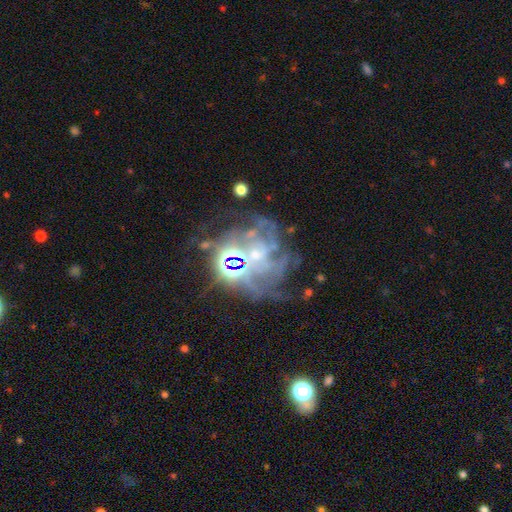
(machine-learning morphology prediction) A featured or disk galaxy (54%) with no bar (73%), spiral arms (66%) and a small central bulge (45%). Merging: none (41%).